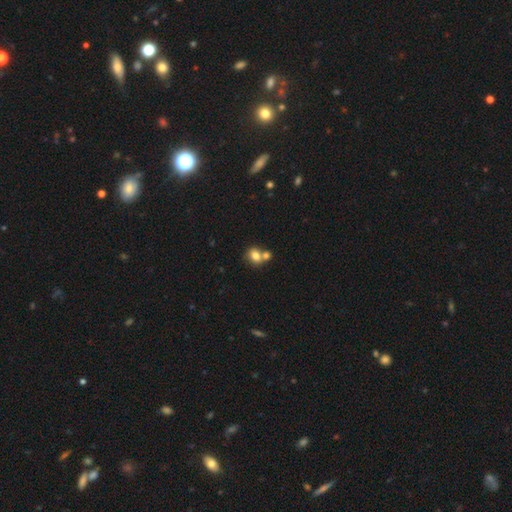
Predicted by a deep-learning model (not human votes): smooth_or_featured: smooth (p=0.79) [alt: featured or disk p=0.11]
how_rounded: round (p=0.63) [alt: in between p=0.36]
merging: merger (p=0.48) [alt: none p=0.40]